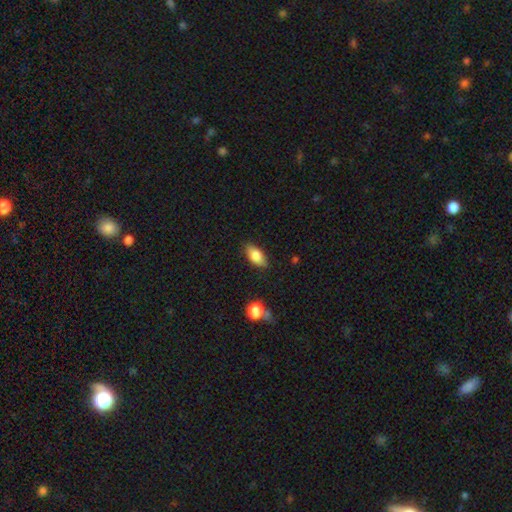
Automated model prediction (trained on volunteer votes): smooth-or-featured: smooth: 80% | featured or disk: 13% | star or artifact: 8%
  how-rounded: in between: 86% | cigar-shaped: 9% | round: 5%
  merging: none: 81% | minor disturbance: 14% | major disturbance: 3% | merger: 2%